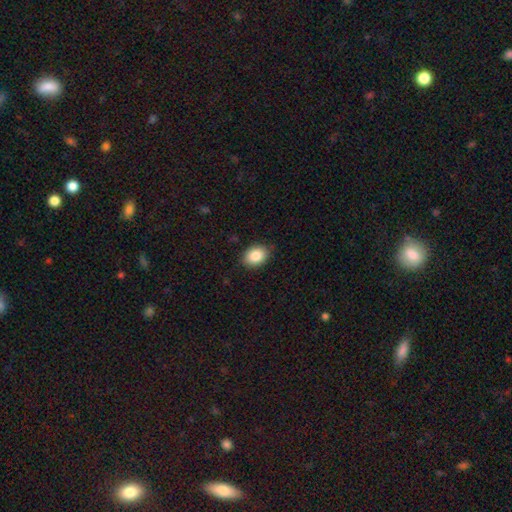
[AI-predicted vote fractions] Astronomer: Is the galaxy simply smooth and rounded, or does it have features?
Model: smooth — 86%.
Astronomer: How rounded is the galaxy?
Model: in between — 69%.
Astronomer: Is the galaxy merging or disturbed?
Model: none — 85%.